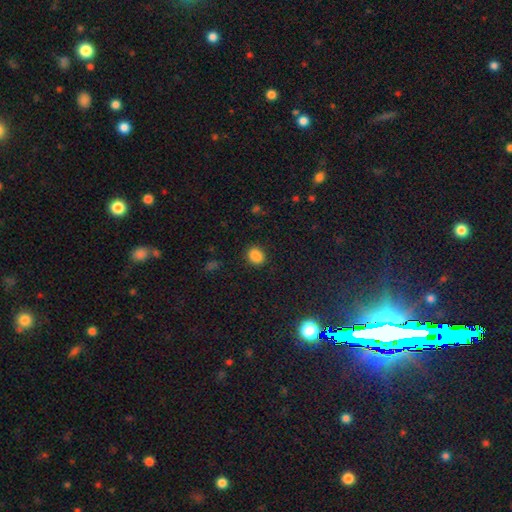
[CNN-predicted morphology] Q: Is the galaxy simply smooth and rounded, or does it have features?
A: smooth — 86%.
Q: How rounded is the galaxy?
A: in between — 51%.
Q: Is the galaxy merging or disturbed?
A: none — 86%.